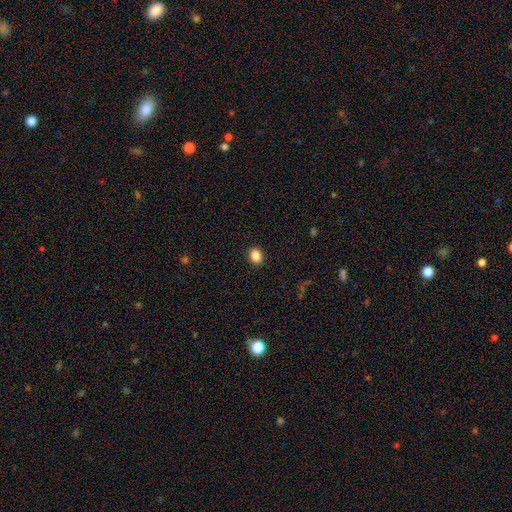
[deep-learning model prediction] Morphology: type=smooth (87%); roundness=in between (56%); merging=none (91%).